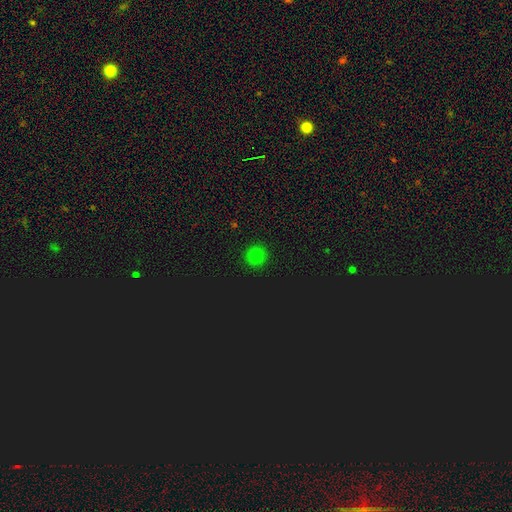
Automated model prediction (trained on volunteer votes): Morphology: type=smooth (75%); roundness=round (94%); merging=none (92%).